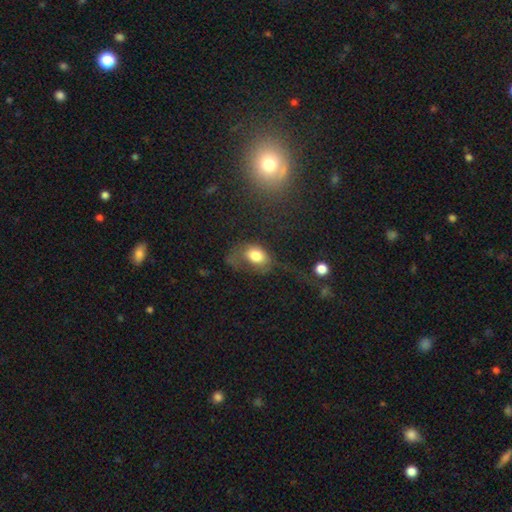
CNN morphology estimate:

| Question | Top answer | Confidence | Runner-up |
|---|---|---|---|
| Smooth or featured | smooth | 72% | featured or disk (19%) |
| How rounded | in between | 76% | round (22%) |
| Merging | major disturbance | 46% | none (28%) |